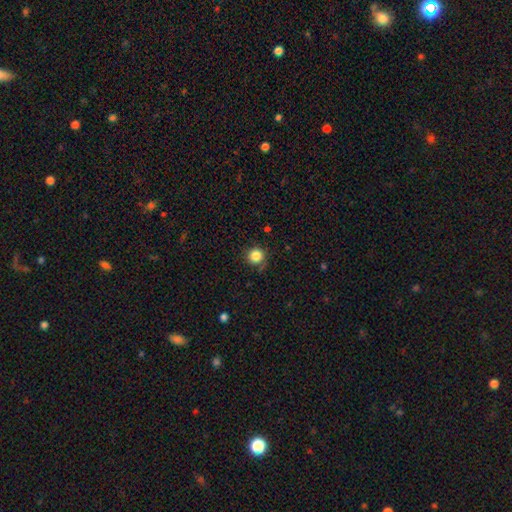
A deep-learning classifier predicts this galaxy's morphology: smooth-or-featured: smooth: 84% | star or artifact: 11% | featured or disk: 5%
  how-rounded: round: 93% | in between: 6% | cigar-shaped: 1%
  merging: none: 78% | minor disturbance: 16% | major disturbance: 5% | merger: 2%